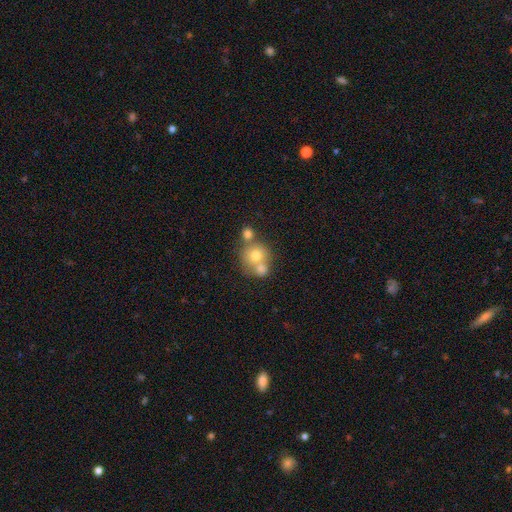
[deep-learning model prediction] Smooth or featured? Predicted: smooth (p=0.68). How rounded? Predicted: round (p=0.82). Merging? Predicted: merger (p=0.49).